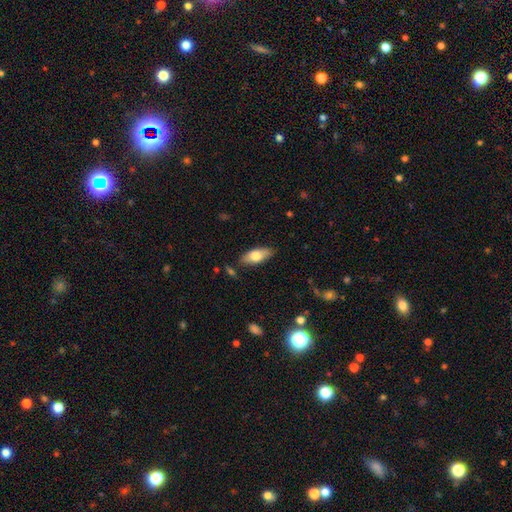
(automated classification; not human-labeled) The model was most divided on "smooth or featured": smooth: 72%, featured or disk: 22%, star or artifact: 6%. More confident: merging — none (82%); how rounded — in between (79%).